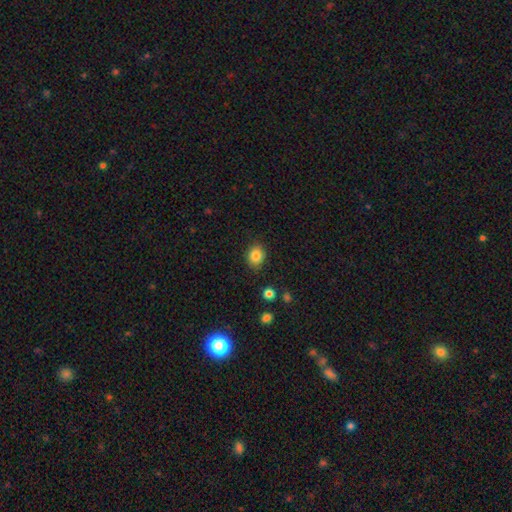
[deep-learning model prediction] smooth-or-featured: smooth: 84% | star or artifact: 10% | featured or disk: 6%
  how-rounded: round: 59% | in between: 40% | cigar-shaped: 1%
  merging: none: 85% | minor disturbance: 11% | major disturbance: 3% | merger: 2%